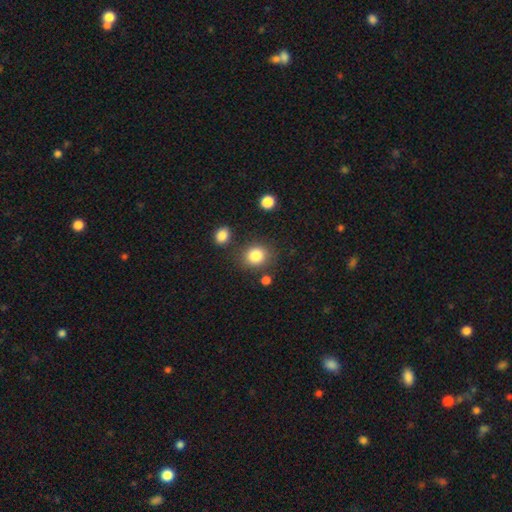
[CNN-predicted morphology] Q: Smooth or featured?
A: smooth (84%); runner-up: star or artifact (10%)
Q: How rounded?
A: round (75%); runner-up: in between (24%)
Q: Merging?
A: none (79%); runner-up: minor disturbance (10%)